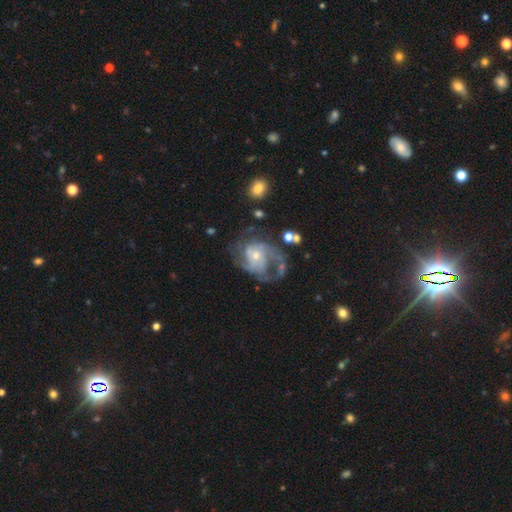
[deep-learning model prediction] The model was most divided on "spiral arm count": 2: 32%, can't tell: 26%, 3: 21%, 1: 10%, 4: 6%, more than 4: 5%. Remaining: edge-on disk — no (98%); spiral arms — yes (89%); smooth or featured — featured or disk (82%); bar — no (69%); bulge size — small (62%); spiral winding — medium (46%); merging — none (43%).